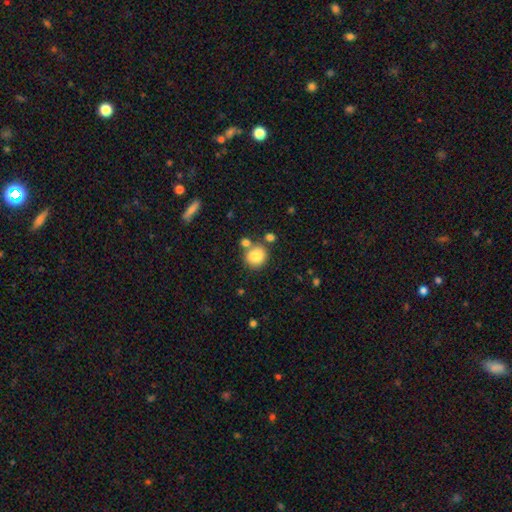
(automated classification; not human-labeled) A smooth galaxy with no disk features (85%) that is round (77%).

Vote fractions:
- Smooth or featured? smooth: 85% / star or artifact: 9% / featured or disk: 6%
- How rounded? round: 77% / in between: 22% / cigar-shaped: 1%
- Merging? none: 63% / merger: 20% / minor disturbance: 12% / major disturbance: 5%